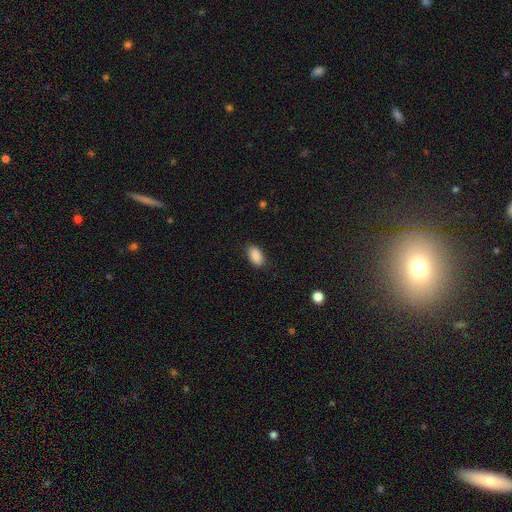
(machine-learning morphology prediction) smooth-or-featured: smooth: 89% | star or artifact: 7% | featured or disk: 3%
  how-rounded: in between: 93% | round: 5% | cigar-shaped: 2%
  merging: none: 86% | minor disturbance: 10% | major disturbance: 3% | merger: 1%